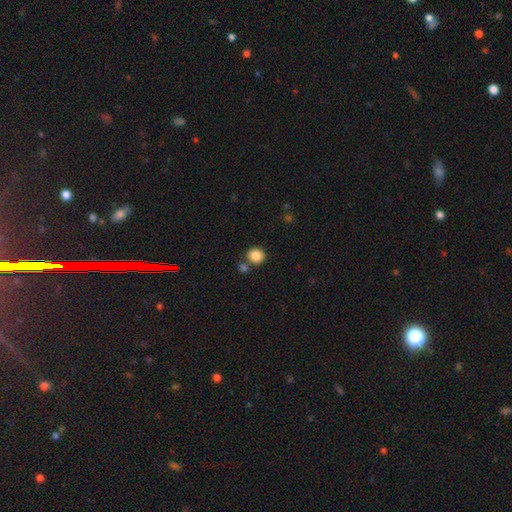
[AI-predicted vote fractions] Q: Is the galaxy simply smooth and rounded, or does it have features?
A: smooth — 86%.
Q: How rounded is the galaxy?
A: round — 84%.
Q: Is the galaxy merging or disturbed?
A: none — 73%.